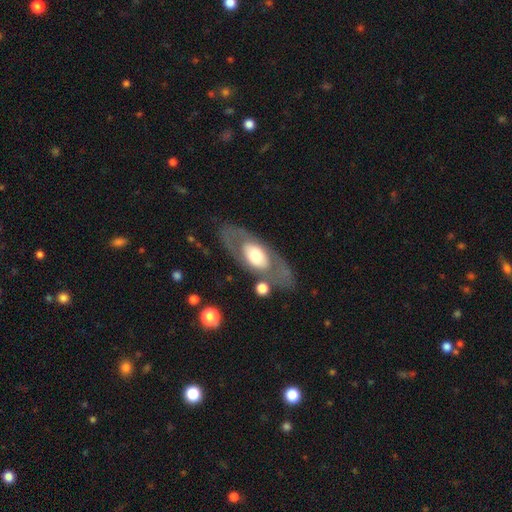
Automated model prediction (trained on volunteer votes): smooth-or-featured: featured or disk: 53% | smooth: 41% | star or artifact: 6%
  disk-edge-on: no: 79% | yes: 21%
  merging: none: 74% | minor disturbance: 13% | major disturbance: 8% | merger: 5%